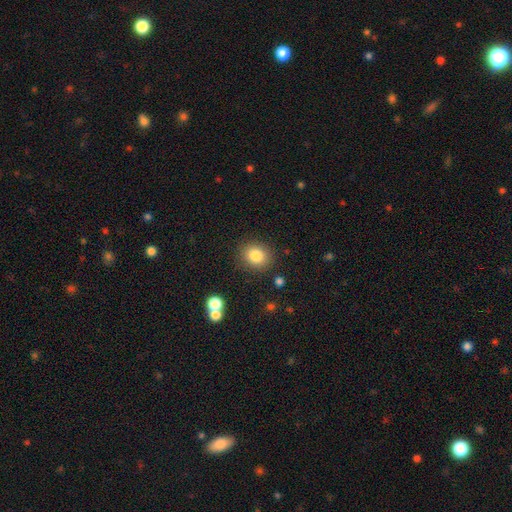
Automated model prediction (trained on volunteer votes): Smooth or featured? Predicted: smooth (p=0.83). How rounded? Predicted: round (p=0.71). Merging? Predicted: none (p=0.86).